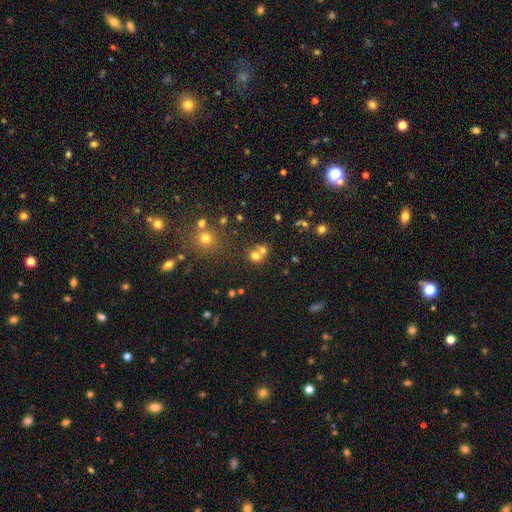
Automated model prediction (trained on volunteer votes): smooth-or-featured: smooth: 69% | star or artifact: 19% | featured or disk: 12%
  how-rounded: round: 82% | in between: 17% | cigar-shaped: 1%
  merging: none: 47% | merger: 42% | minor disturbance: 7% | major disturbance: 3%